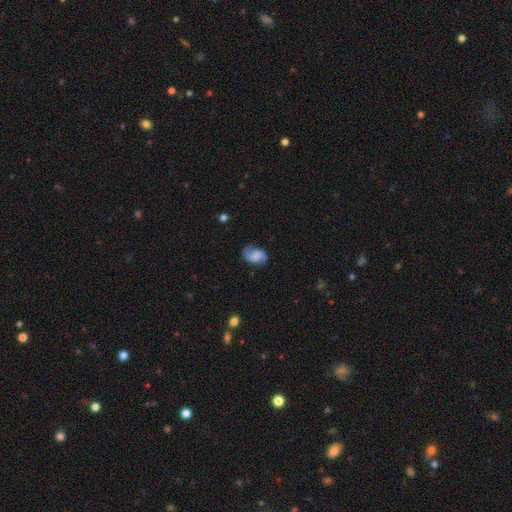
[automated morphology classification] A featured or disk galaxy (49%).

Vote fractions:
- Smooth or featured? featured or disk: 49% / smooth: 42% / star or artifact: 9%
- Merging? none: 75% / minor disturbance: 18% / major disturbance: 6% / merger: 2%